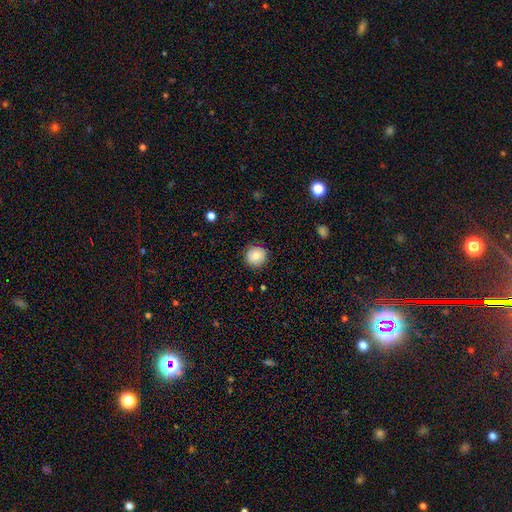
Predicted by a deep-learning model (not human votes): smooth_or_featured: smooth (p=0.80) [alt: featured or disk p=0.11]
how_rounded: round (p=0.94) [alt: in between p=0.05]
merging: none (p=0.89) [alt: minor disturbance p=0.08]